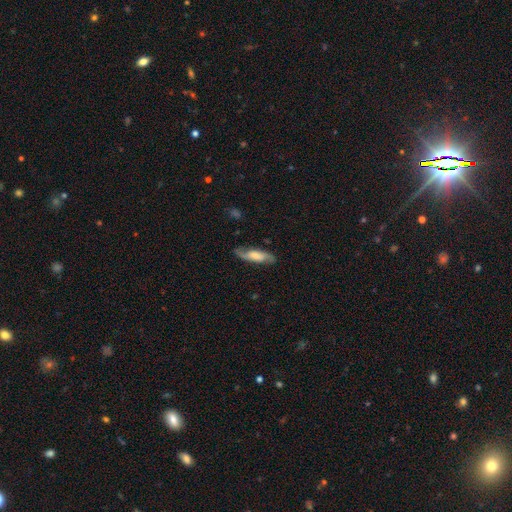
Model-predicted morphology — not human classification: Smooth or featured: featured or disk — 60% (smooth — 33%)
Edge-on disk: no — 74% (yes — 26%)
Merging: none — 80% (minor disturbance — 15%)